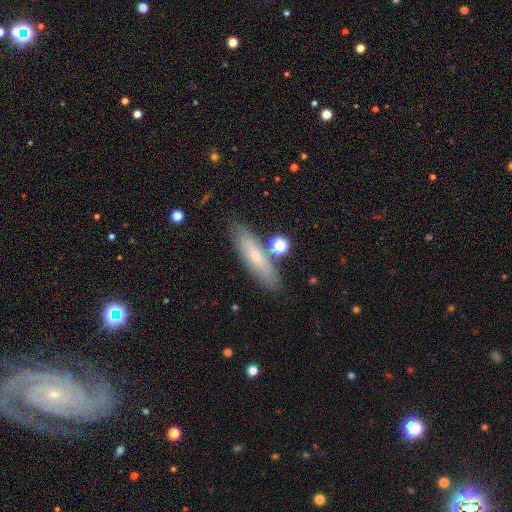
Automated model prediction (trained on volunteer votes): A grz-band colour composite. It shows a smooth galaxy with no disk features (58%) that is cigar-shaped (70%). Merging: none (81%).